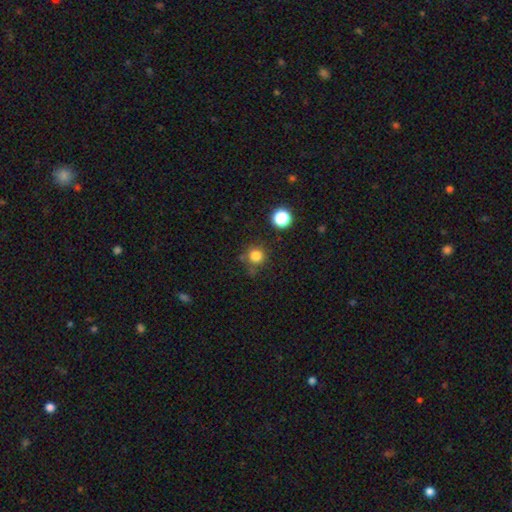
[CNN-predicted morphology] Smooth or featured? smooth (81%)
How rounded? round (94%)
Merging? none (79%)